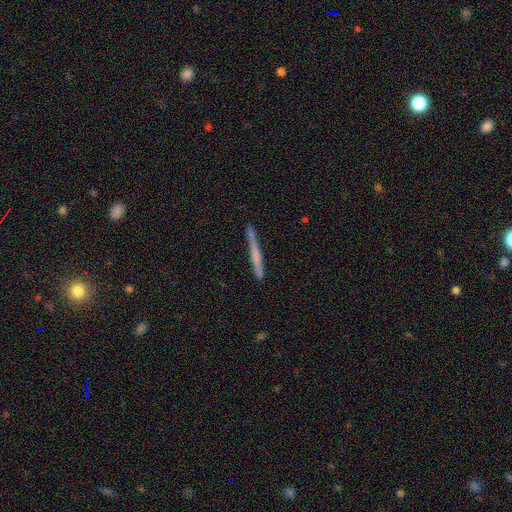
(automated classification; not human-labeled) Smooth or featured? Predicted: smooth (p=0.49). Merging? Predicted: none (p=0.87).